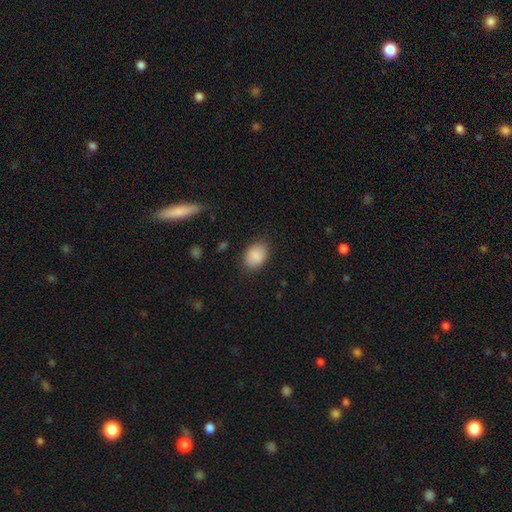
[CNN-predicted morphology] Smooth or featured? Predicted: smooth (p=0.88). How rounded? Predicted: in between (p=0.77). Merging? Predicted: none (p=0.83).